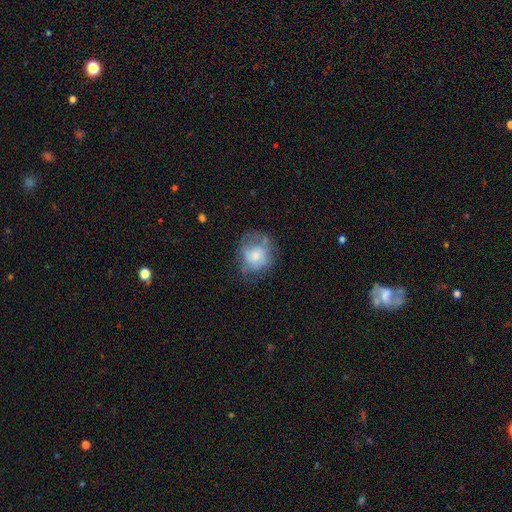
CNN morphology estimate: Smooth or featured: smooth — 62% (featured or disk — 30%)
How rounded: round — 73% (in between — 26%)
Merging: none — 44% (minor disturbance — 30%)